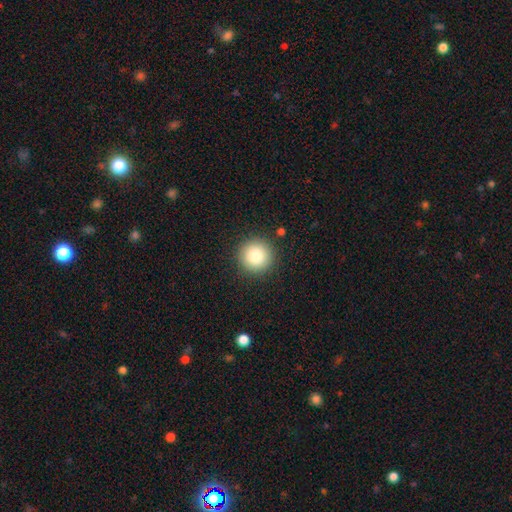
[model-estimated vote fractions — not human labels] Smooth or featured: smooth — 84% (star or artifact — 10%)
How rounded: round — 95% (in between — 4%)
Merging: none — 91% (minor disturbance — 6%)